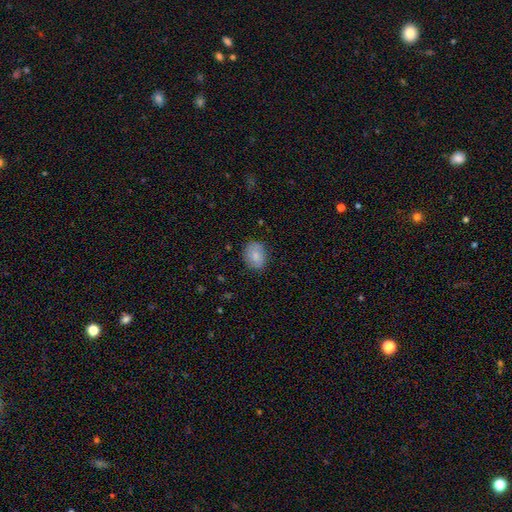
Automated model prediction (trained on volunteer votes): smooth 81%, featured or disk 12%, star or artifact 7%. Down the decision tree: how rounded — in between (63%); merging — none (81%).